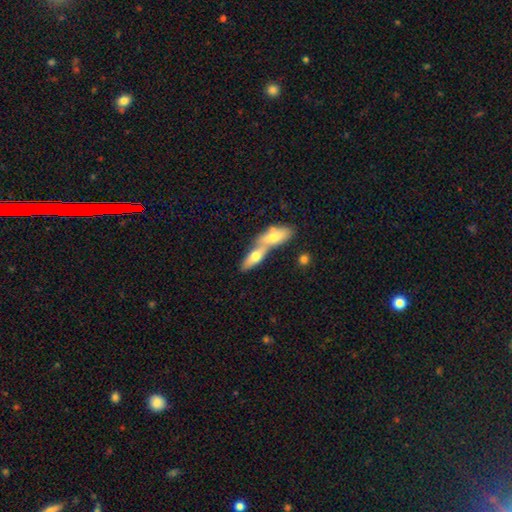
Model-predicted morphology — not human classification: A smooth galaxy with no disk features (63%) that is in between round and cigar-shaped (57%).

Vote fractions:
- Smooth or featured? smooth: 63% / featured or disk: 31% / star or artifact: 7%
- How rounded? in between: 57% / cigar-shaped: 39% / round: 3%
- Merging? merger: 67% / none: 24% / minor disturbance: 6% / major disturbance: 3%